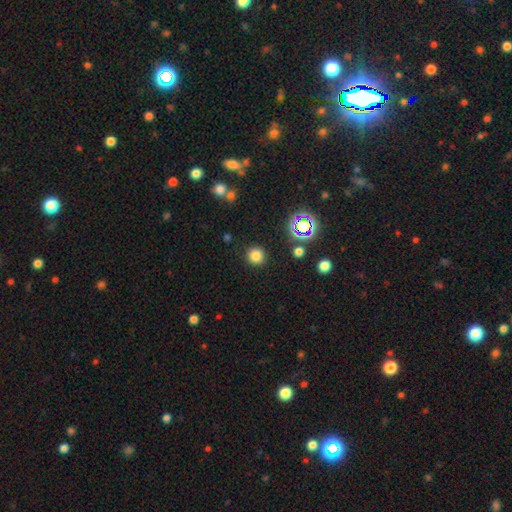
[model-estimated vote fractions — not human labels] smooth_or_featured: smooth (p=0.78) [alt: star or artifact p=0.17]
how_rounded: round (p=0.93) [alt: in between p=0.06]
merging: none (p=0.90) [alt: minor disturbance p=0.06]